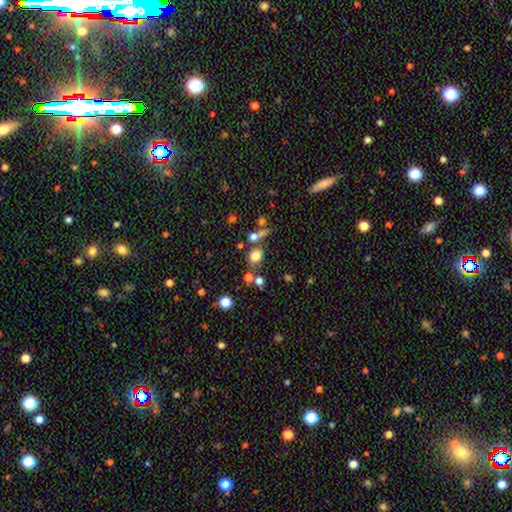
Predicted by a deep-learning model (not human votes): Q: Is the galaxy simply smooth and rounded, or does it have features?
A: smooth — 75%.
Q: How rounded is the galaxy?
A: round — 71%.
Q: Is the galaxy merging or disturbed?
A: none — 63%.